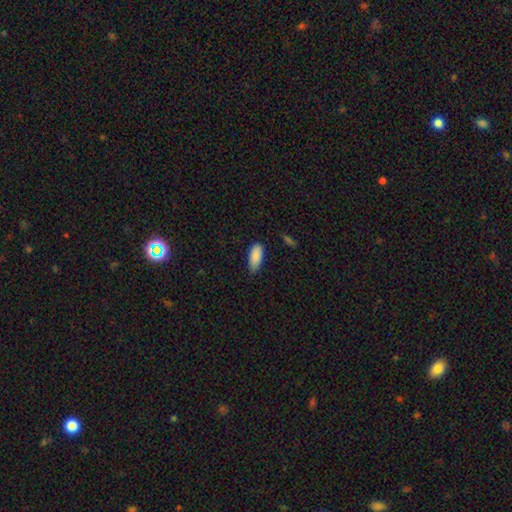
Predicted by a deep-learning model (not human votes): smooth_or_featured: smooth (p=0.89) [alt: star or artifact p=0.07]
how_rounded: in between (p=0.87) [alt: cigar-shaped p=0.11]
merging: none (p=0.75) [alt: minor disturbance p=0.21]